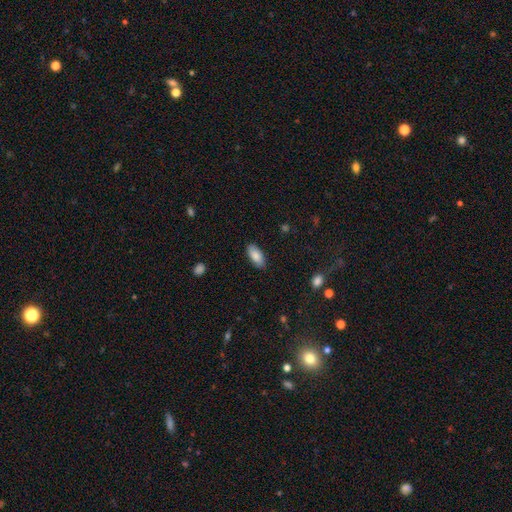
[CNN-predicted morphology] Smooth or featured: smooth — 85% (featured or disk — 8%)
How rounded: in between — 90% (cigar-shaped — 8%)
Merging: none — 86% (minor disturbance — 11%)